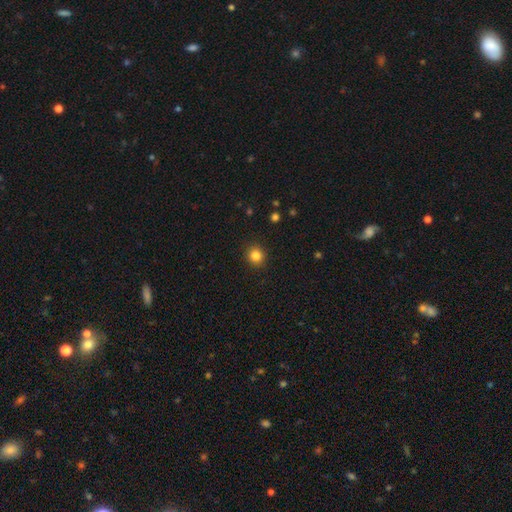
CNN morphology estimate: smooth-or-featured: smooth: 84% | star or artifact: 12% | featured or disk: 5%
  how-rounded: round: 88% | in between: 11% | cigar-shaped: 1%
  merging: none: 91% | minor disturbance: 6% | major disturbance: 2% | merger: 1%